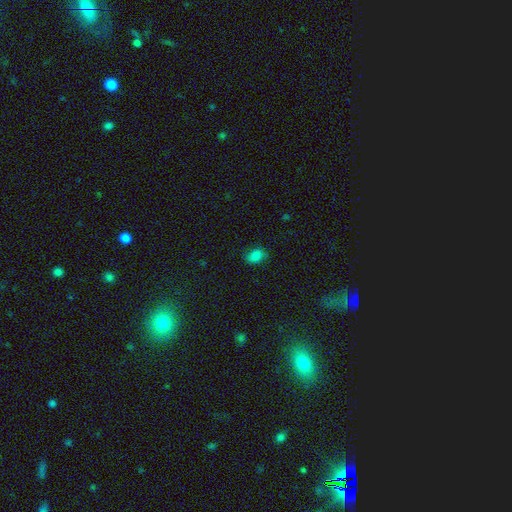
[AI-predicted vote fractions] smooth 81%, star or artifact 12%, featured or disk 6%. Down the decision tree: how rounded — in between (77%); merging — none (76%).